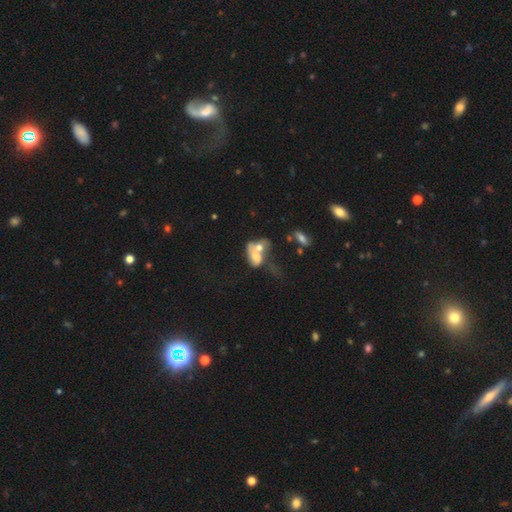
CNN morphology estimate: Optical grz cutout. It shows a smooth galaxy with no disk features (51%) that is in between round and cigar-shaped (78%). Merging: merger (73%).